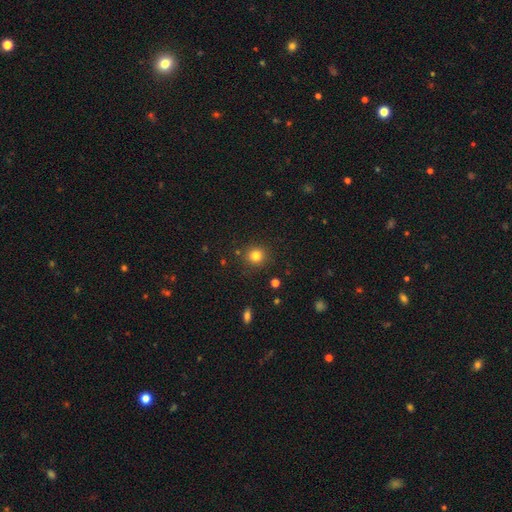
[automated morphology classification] Smooth or featured? smooth (81%)
How rounded? round (91%)
Merging? none (89%)